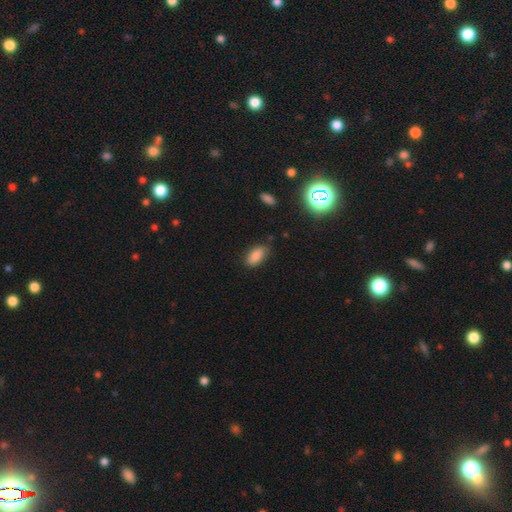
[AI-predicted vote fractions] This appears to be a smooth galaxy with no disk features (85%) that is in between round and cigar-shaped (91%). Merging: none (76%).